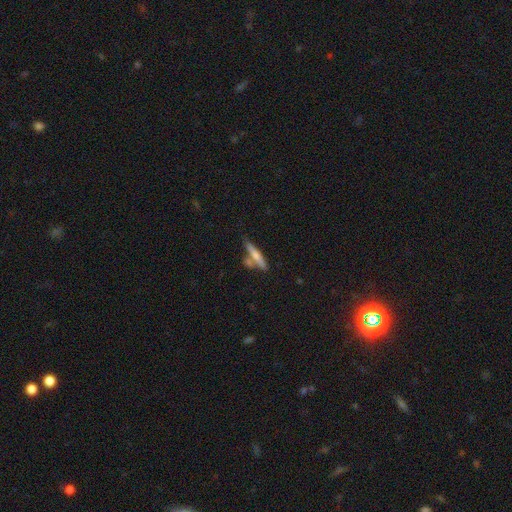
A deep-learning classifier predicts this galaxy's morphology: This is possibly a smooth galaxy (55%). How rounded: clearly cigar-shaped (87%). Merging: likely none (61%).